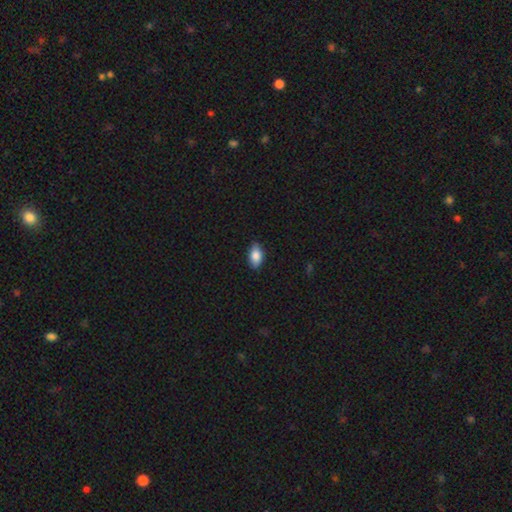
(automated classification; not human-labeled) This appears to be a smooth galaxy with no disk features (85%) that is in between round and cigar-shaped (91%). Merging: none (85%).